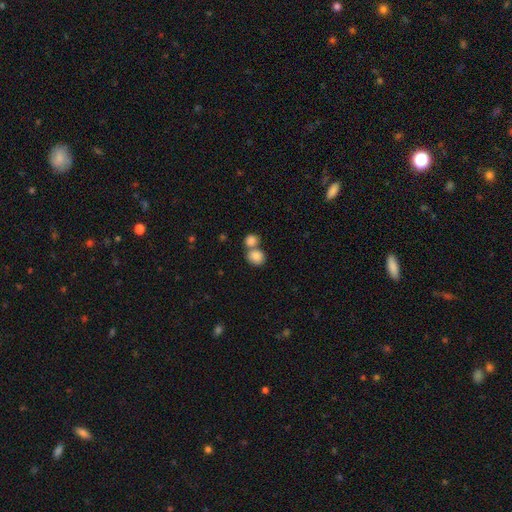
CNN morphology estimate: This appears to be a smooth galaxy with no disk features (85%) that is round (66%). Merging: merger (50%).